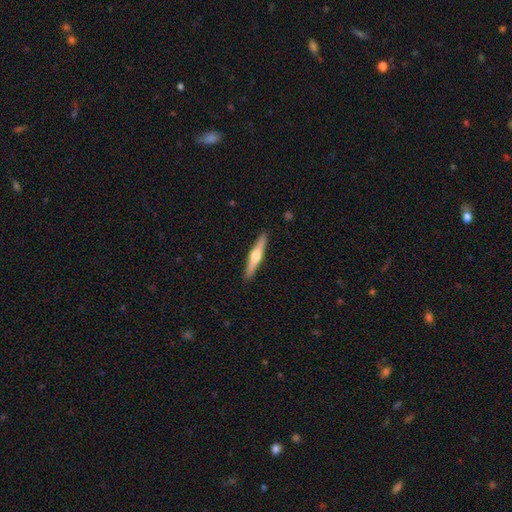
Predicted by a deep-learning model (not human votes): smooth_or_featured: featured or disk (p=0.62) [alt: smooth p=0.33]
disk_edge_on: yes (p=0.97) [alt: no p=0.03]
edge_on_bulge: rounded (p=0.92) [alt: boxy p=0.05]
merging: none (p=0.91) [alt: minor disturbance p=0.07]